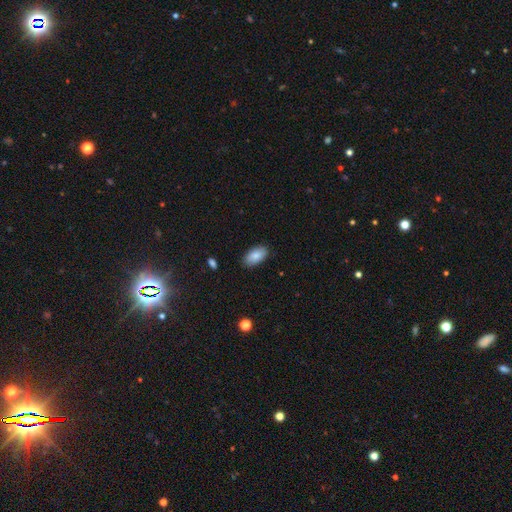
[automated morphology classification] This is clearly a smooth galaxy (83%). How rounded: clearly in between (94%). Merging: clearly none (87%).